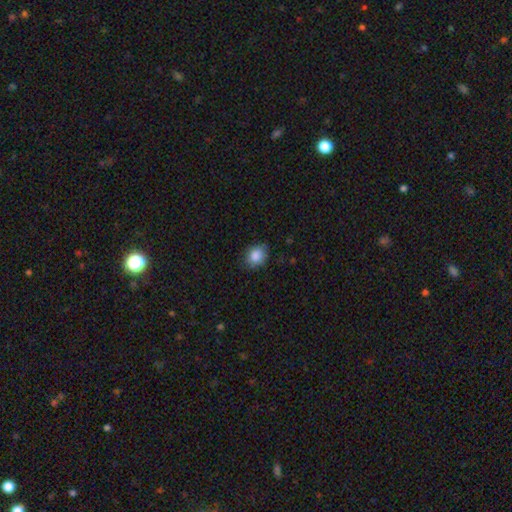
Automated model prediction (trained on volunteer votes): smooth-or-featured: smooth: 87% | star or artifact: 8% | featured or disk: 5%
  how-rounded: round: 53% | in between: 46% | cigar-shaped: 1%
  merging: none: 79% | minor disturbance: 17% | major disturbance: 3% | merger: 1%